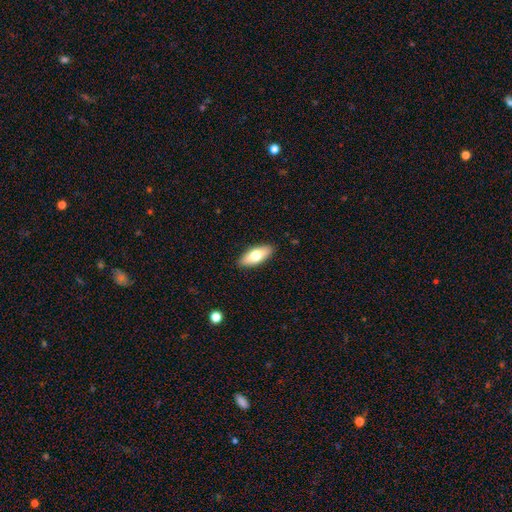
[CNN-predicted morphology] Smooth or featured?
  - smooth: 68% *
  - featured or disk: 26%
  - star or artifact: 6%
How rounded?
  - in between: 79% *
  - cigar-shaped: 18%
  - round: 3%
Merging?
  - none: 89% *
  - minor disturbance: 8%
  - major disturbance: 2%
  - merger: 1%